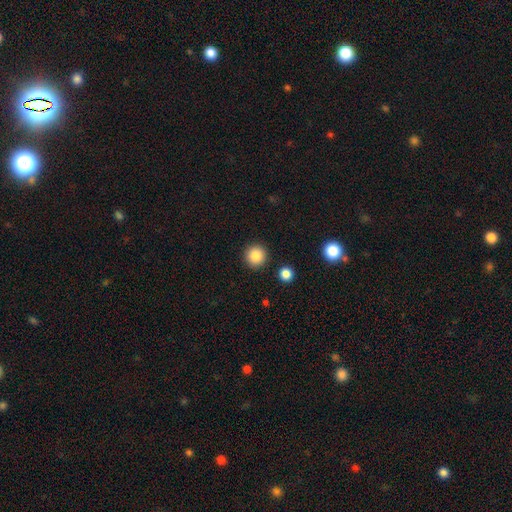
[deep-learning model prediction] Smooth or featured? Predicted: smooth (p=0.86). How rounded? Predicted: round (p=0.95). Merging? Predicted: none (p=0.91).